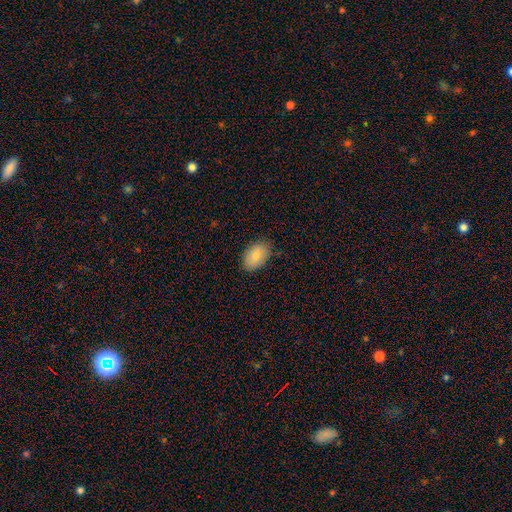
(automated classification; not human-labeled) Smooth or featured? Predicted: smooth (p=0.84). How rounded? Predicted: in between (p=0.91). Merging? Predicted: none (p=0.83).